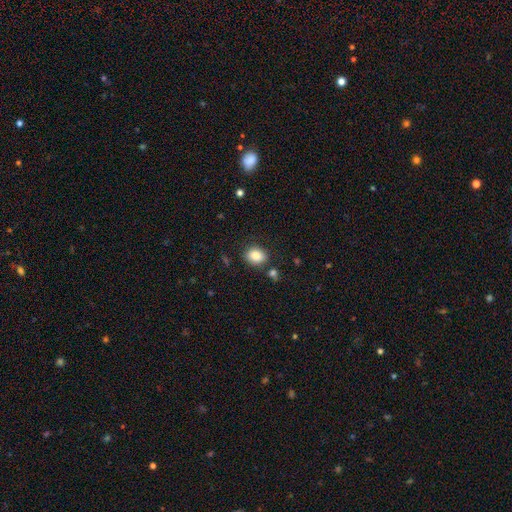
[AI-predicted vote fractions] This is clearly a smooth galaxy (85%). How rounded: possibly in between (51%). Merging: clearly none (82%).